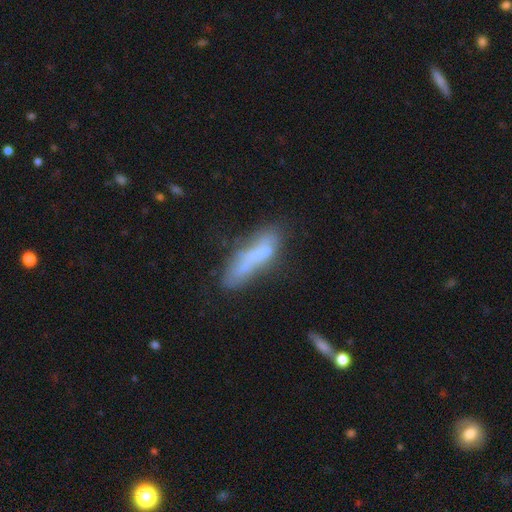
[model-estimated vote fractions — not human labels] Smooth or featured? Predicted: smooth (p=0.53). How rounded? Predicted: cigar-shaped (p=0.71). Merging? Predicted: none (p=0.45).